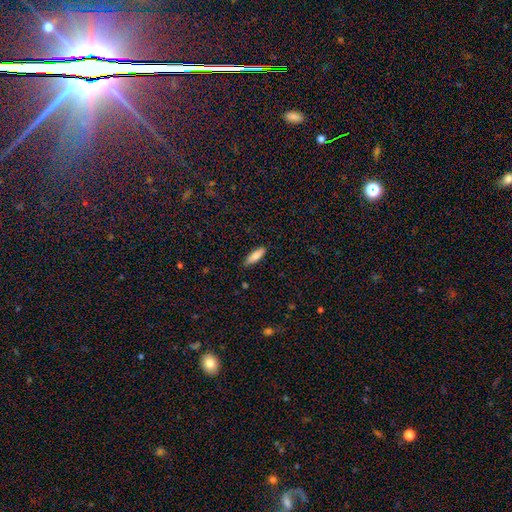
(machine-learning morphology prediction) The model was most divided on "how rounded": in between: 53%, cigar-shaped: 45%, round: 2%. More confident: merging — none (83%); smooth or featured — smooth (82%).